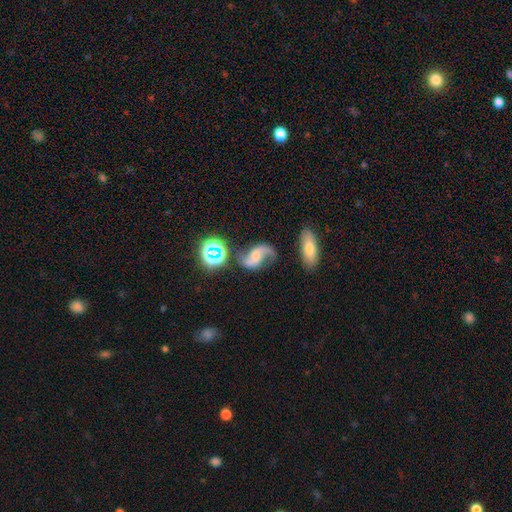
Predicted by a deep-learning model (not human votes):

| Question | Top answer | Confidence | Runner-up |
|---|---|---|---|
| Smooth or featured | featured or disk | 78% | smooth (11%) |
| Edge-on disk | no | 97% | yes (3%) |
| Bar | no | 48% | weak (37%) |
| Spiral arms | yes | 95% | no (5%) |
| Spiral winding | loose | 72% | medium (23%) |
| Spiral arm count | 2 | 88% | 1 (6%) |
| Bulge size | moderate | 44% | small (39%) |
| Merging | none | 59% | minor disturbance (19%) |